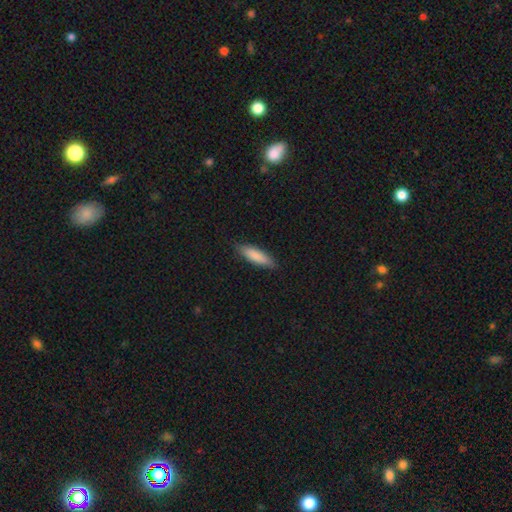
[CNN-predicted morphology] type=smooth (86%); roundness=cigar-shaped (56%); merging=none (83%).